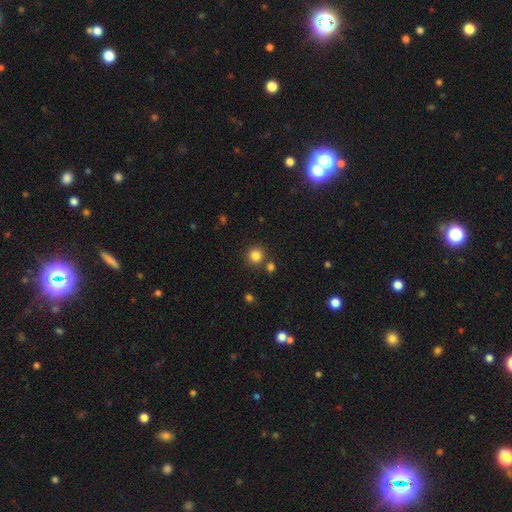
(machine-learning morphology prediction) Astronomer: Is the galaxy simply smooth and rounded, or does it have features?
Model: smooth — 84%.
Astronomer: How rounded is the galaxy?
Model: round — 93%.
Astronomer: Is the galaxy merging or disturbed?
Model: none — 80%.